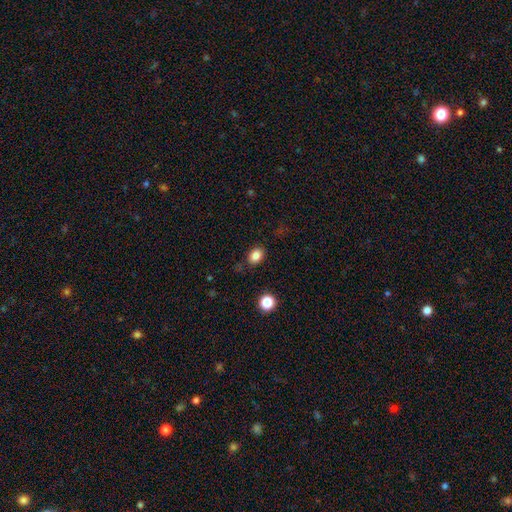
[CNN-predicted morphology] This appears to be a smooth galaxy with no disk features (84%) that is in between round and cigar-shaped (65%). Merging: none (83%).